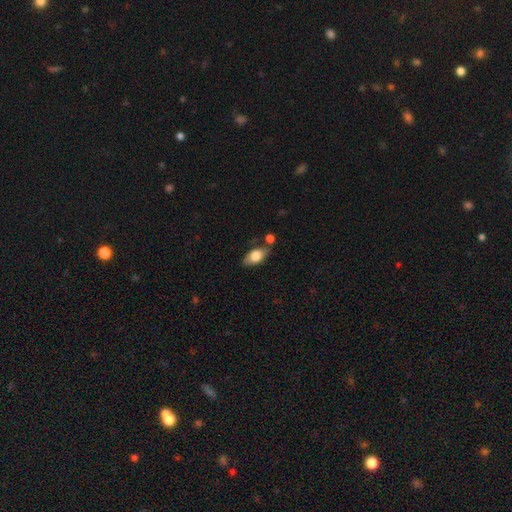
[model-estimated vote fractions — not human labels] This is likely a smooth galaxy (76%). How rounded: clearly in between (91%). Merging: likely none (71%).